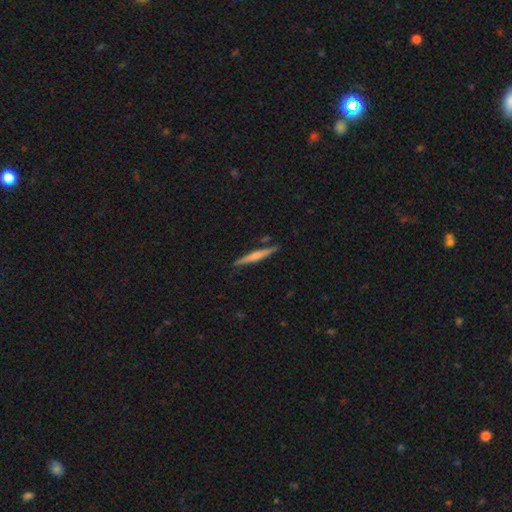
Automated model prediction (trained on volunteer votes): smooth_or_featured: smooth (p=0.47) [tied with: featured or disk p=0.47]
merging: none (p=0.87) [alt: minor disturbance p=0.09]